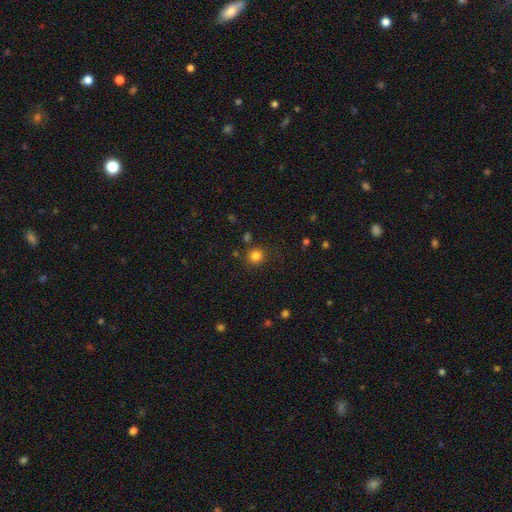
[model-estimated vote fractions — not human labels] Morphology: type=smooth (82%); roundness=round (90%); merging=none (84%).